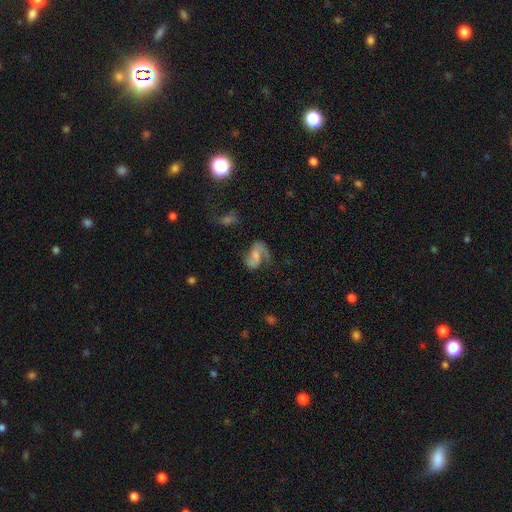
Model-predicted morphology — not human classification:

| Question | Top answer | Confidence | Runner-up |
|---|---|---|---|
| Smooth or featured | featured or disk | 70% | smooth (22%) |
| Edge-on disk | no | 97% | yes (3%) |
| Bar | no | 44% | weak (42%) |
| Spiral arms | yes | 89% | no (11%) |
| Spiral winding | loose | 44% | medium (42%) |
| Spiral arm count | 2 | 68% | 1 (24%) |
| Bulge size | small | 32% | tied: moderate (32%) |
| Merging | none | 45% | major disturbance (28%) |